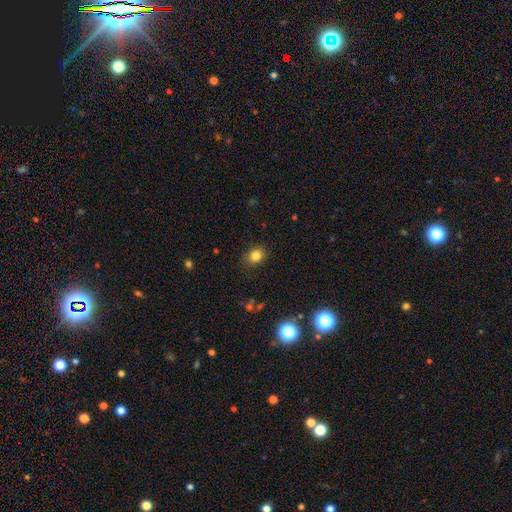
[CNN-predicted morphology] This appears to be a smooth galaxy with no disk features (82%) that is round (61%). Merging: none (84%).